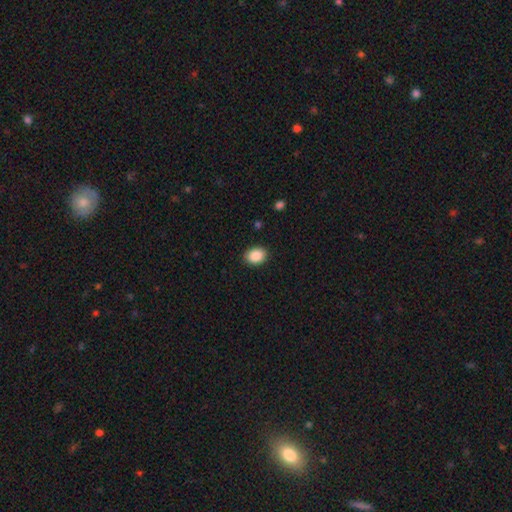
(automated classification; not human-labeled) Morphology: type=smooth (89%); roundness=in between (62%); merging=none (89%).